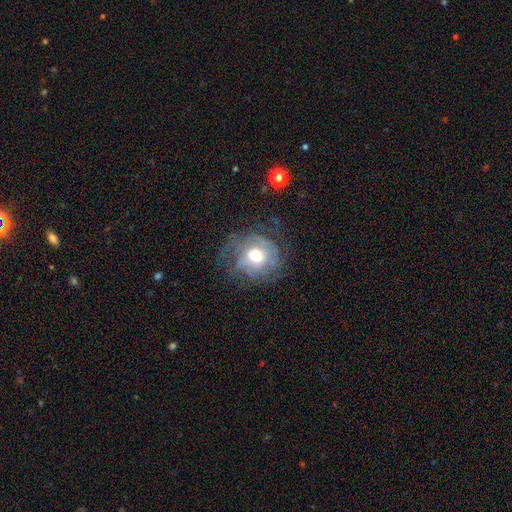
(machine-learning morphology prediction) A featured or disk galaxy (55%) with no bar (76%), spiral arms (67%) and a moderate central bulge (56%). Merging: none (57%).